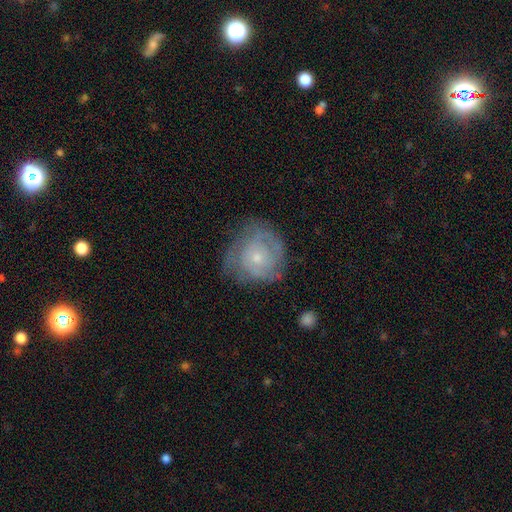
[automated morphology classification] This is likely a featured or disk galaxy (65%). It is clearly not viewed edge-on (97%). Bar: clearly no (82%). Spiral arm pattern: clearly yes (81%). Spiral arm count: possibly can't tell (49%). Spiral winding: likely tight (66%). Central bulge: likely small (69%). Merging: likely none (64%).